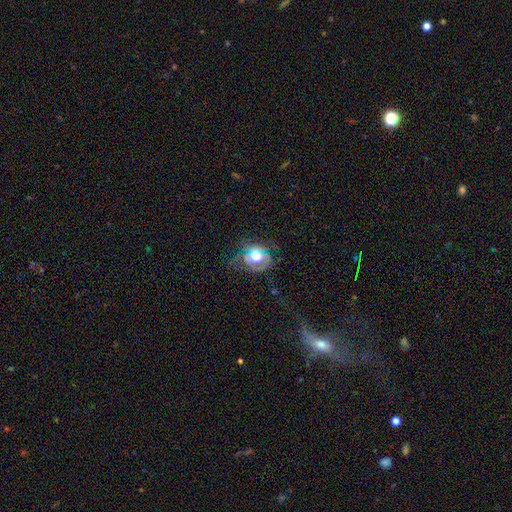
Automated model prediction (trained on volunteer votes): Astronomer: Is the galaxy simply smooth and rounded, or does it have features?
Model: smooth — 46% (runner-up: featured or disk, 42%).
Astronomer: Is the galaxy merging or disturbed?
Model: none — 48% (runner-up: minor disturbance, 26%).